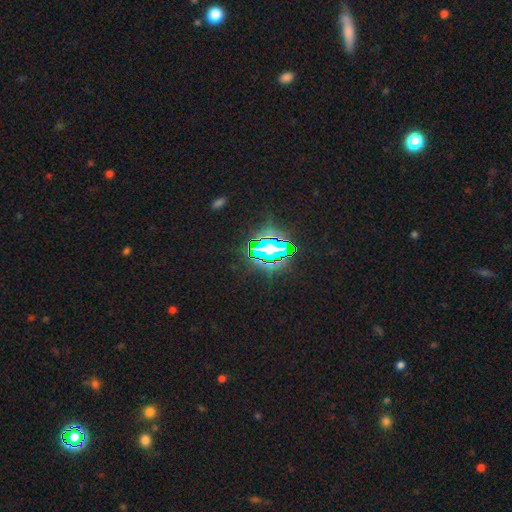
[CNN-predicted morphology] smooth_or_featured: star or artifact (p=0.74) [alt: smooth p=0.15]